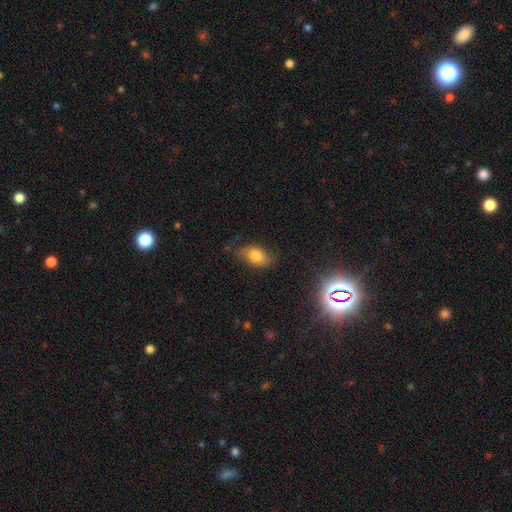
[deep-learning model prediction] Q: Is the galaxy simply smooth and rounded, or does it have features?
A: smooth — 75%.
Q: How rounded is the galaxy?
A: in between — 88%.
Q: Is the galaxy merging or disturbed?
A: none — 66%.